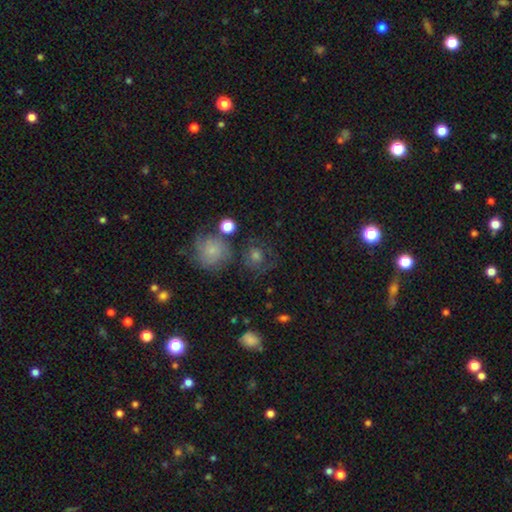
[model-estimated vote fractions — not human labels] smooth-or-featured: smooth: 47% | featured or disk: 32% | star or artifact: 20%
  merging: none: 65% | minor disturbance: 16% | major disturbance: 11% | merger: 8%